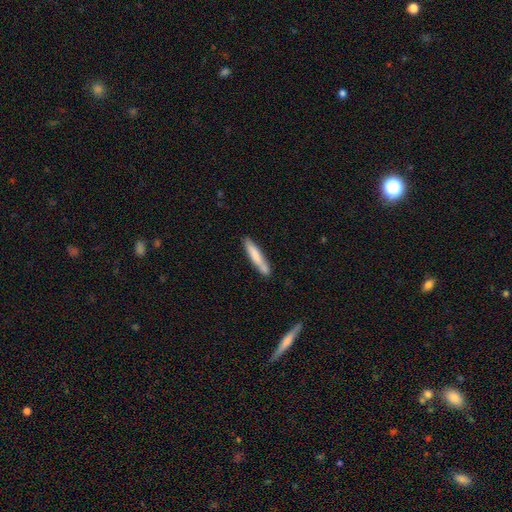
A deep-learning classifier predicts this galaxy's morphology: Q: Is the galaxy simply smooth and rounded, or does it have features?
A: smooth — 74%.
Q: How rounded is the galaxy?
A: cigar-shaped — 91%.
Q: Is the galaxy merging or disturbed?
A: none — 76%.